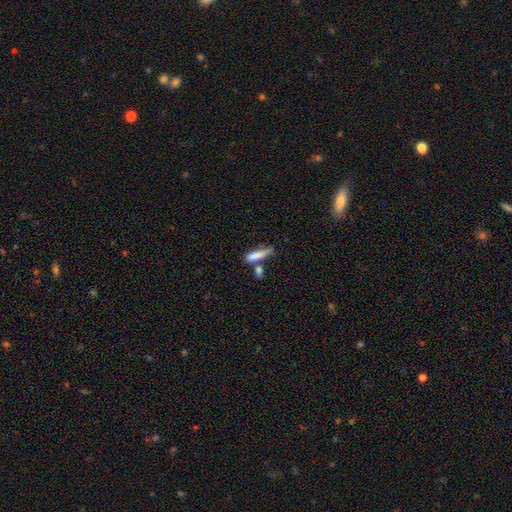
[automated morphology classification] smooth_or_featured: smooth (p=0.79) [alt: featured or disk p=0.13]
how_rounded: cigar-shaped (p=0.72) [alt: in between p=0.25]
merging: none (p=0.46) [alt: merger p=0.25]